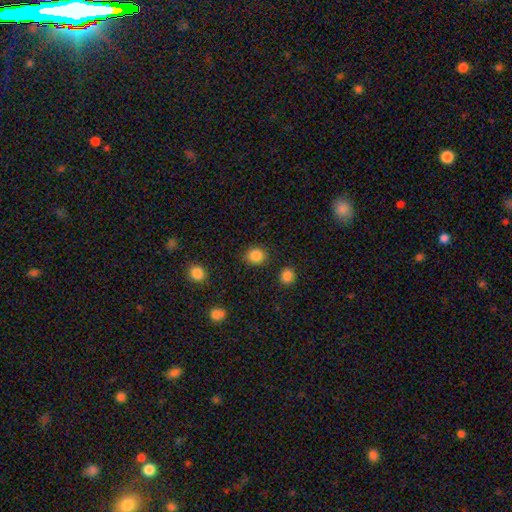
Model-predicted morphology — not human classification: smooth-or-featured: smooth: 86% | star or artifact: 10% | featured or disk: 4%
  how-rounded: round: 81% | in between: 18% | cigar-shaped: 1%
  merging: none: 86% | minor disturbance: 9% | major disturbance: 3% | merger: 3%